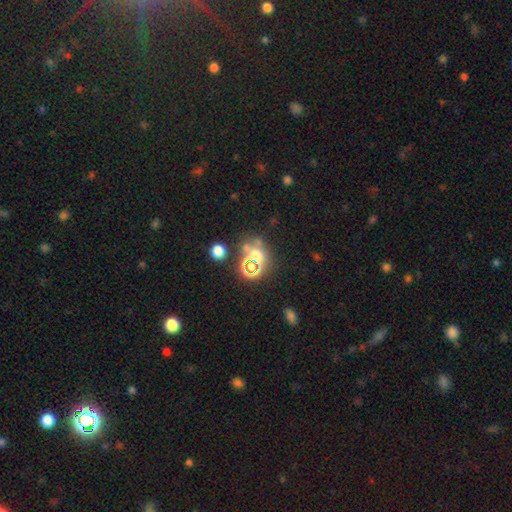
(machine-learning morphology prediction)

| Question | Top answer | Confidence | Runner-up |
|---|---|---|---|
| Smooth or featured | smooth | 47% | star or artifact (40%) |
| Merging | none | 56% | merger (25%) |